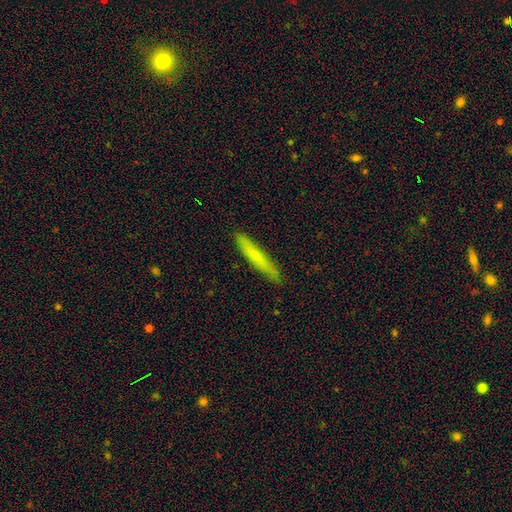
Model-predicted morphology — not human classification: This appears to be a smooth galaxy with no disk features (71%) that is cigar-shaped (95%). Merging: none (89%).